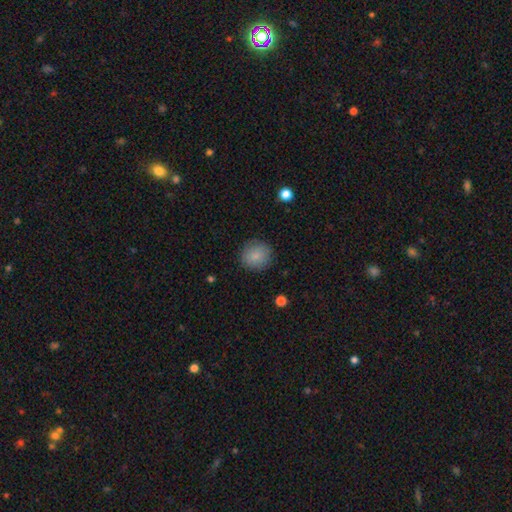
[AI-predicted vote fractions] Smooth or featured? Predicted: smooth (p=0.84). How rounded? Predicted: round (p=0.89). Merging? Predicted: none (p=0.86).